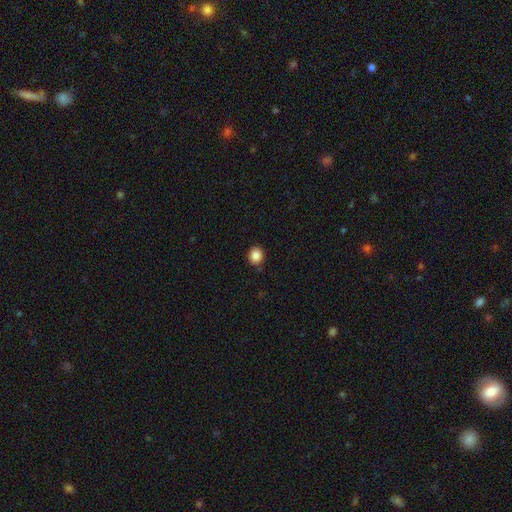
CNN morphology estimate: Smooth or featured? smooth (86%)
How rounded? round (77%)
Merging? none (89%)